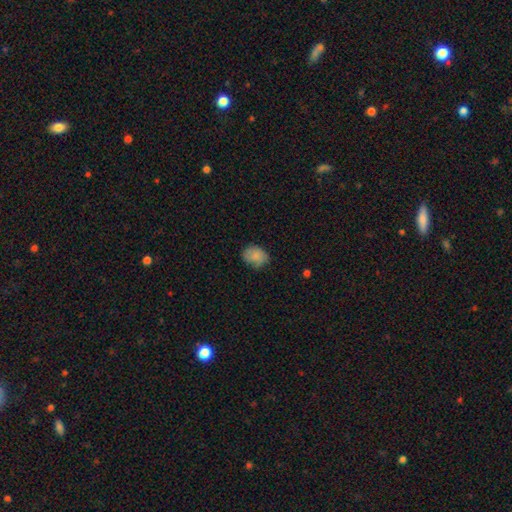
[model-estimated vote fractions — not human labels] This is clearly a smooth galaxy (83%). How rounded: possibly in between (53%). Merging: likely none (71%).